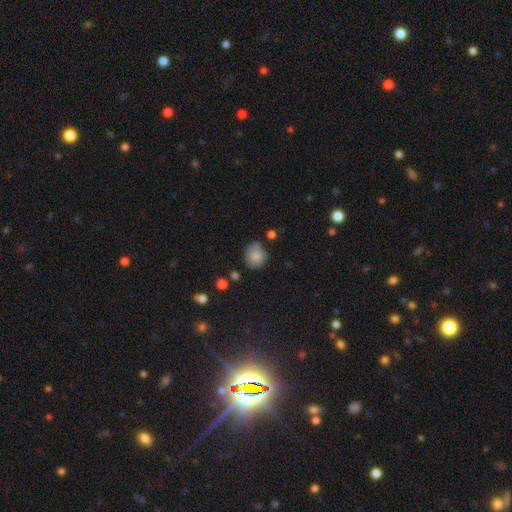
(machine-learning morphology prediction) smooth_or_featured: smooth (p=0.80) [alt: featured or disk p=0.11]
how_rounded: round (p=0.74) [alt: in between p=0.25]
merging: none (p=0.60) [alt: minor disturbance p=0.26]